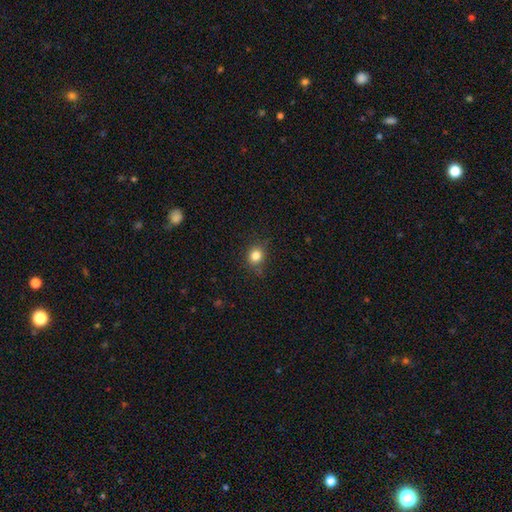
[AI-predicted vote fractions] smooth-or-featured: smooth: 82% | star or artifact: 12% | featured or disk: 5%
  how-rounded: round: 74% | in between: 25% | cigar-shaped: 1%
  merging: none: 81% | minor disturbance: 14% | major disturbance: 4% | merger: 1%